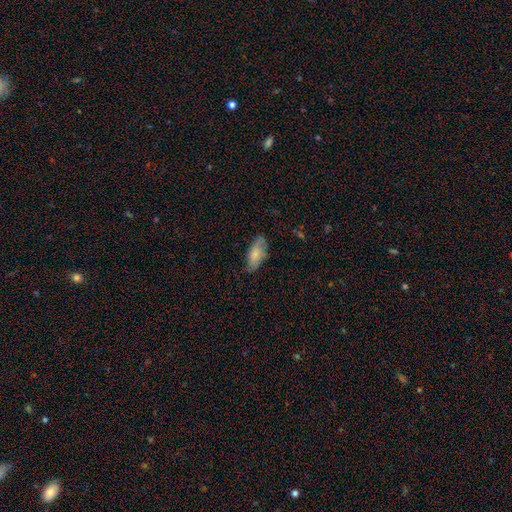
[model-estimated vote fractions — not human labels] smooth_or_featured: smooth (p=0.70) [alt: featured or disk p=0.23]
how_rounded: in between (p=0.85) [alt: cigar-shaped p=0.12]
merging: none (p=0.63) [alt: minor disturbance p=0.28]